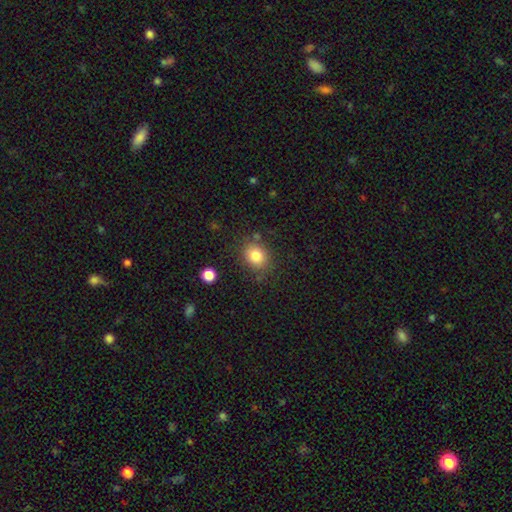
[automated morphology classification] A smooth galaxy with no disk features (82%) that is round (58%). Merging: none (81%).